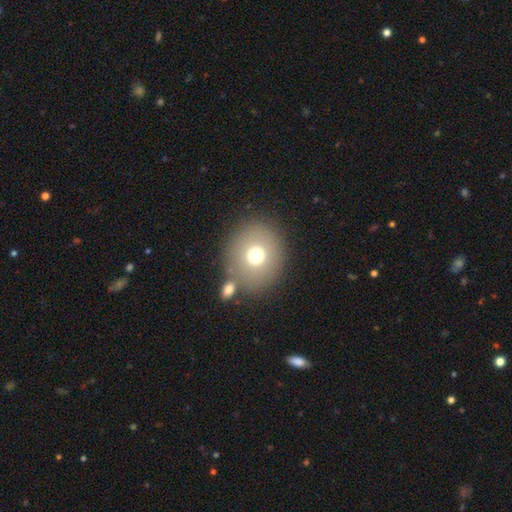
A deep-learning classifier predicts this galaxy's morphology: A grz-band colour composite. It shows a smooth galaxy with no disk features (70%) that is round (83%). Merging: none (76%).